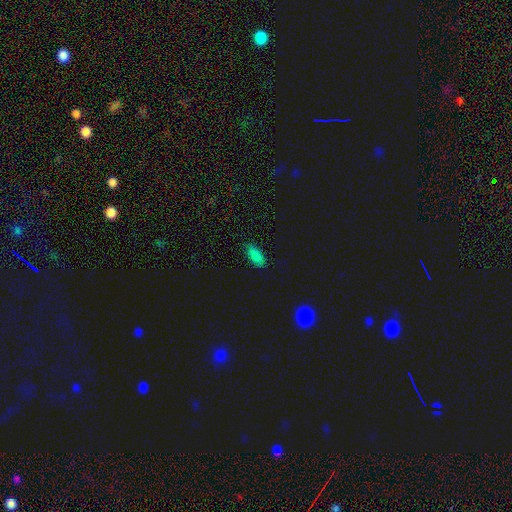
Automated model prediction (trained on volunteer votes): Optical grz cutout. It shows a smooth galaxy with no disk features (84%) that is in between round and cigar-shaped (85%). Merging: none (80%).